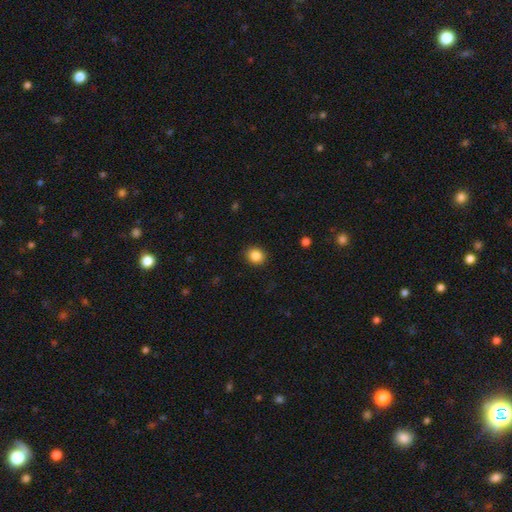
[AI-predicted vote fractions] smooth 86%, star or artifact 10%, featured or disk 4%. Down the decision tree: how rounded — round (72%); merging — none (90%).